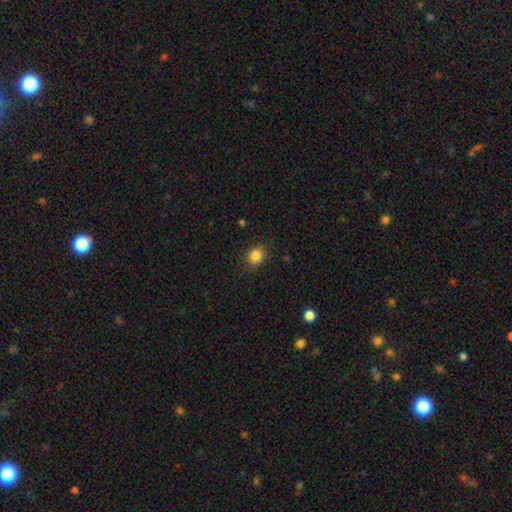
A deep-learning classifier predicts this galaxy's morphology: This is clearly a smooth galaxy (85%). How rounded: likely round (65%). Merging: clearly none (86%).